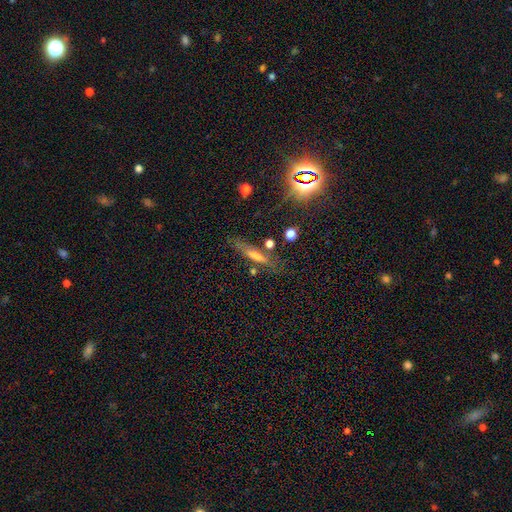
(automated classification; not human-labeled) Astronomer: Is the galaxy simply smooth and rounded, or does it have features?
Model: smooth — 46% (runner-up: featured or disk, 33%).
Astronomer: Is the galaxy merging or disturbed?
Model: none — 71%.